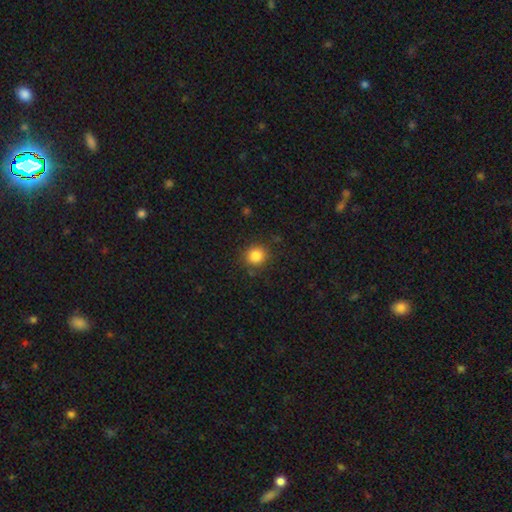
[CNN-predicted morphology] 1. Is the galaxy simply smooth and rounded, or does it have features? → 85% smooth, 11% star or artifact, 4% featured or disk.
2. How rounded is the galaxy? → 90% round, 9% in between, 1% cigar-shaped.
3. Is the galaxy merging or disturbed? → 86% none, 9% minor disturbance, 3% major disturbance, 2% merger.